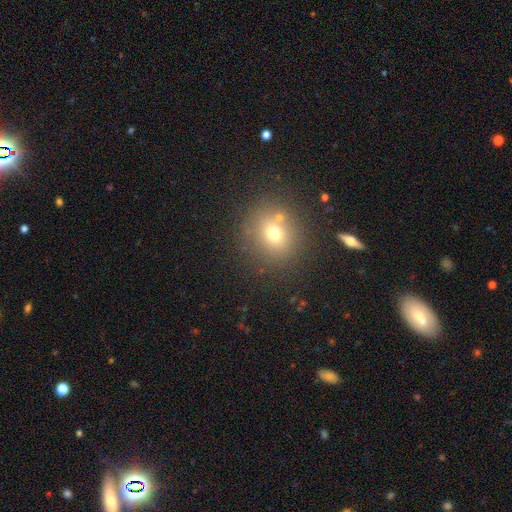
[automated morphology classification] A smooth galaxy with no disk features (57%) that is round (87%).

Vote fractions:
- Smooth or featured? smooth: 57% / star or artifact: 30% / featured or disk: 13%
- How rounded? round: 87% / in between: 11% / cigar-shaped: 1%
- Merging? none: 81% / minor disturbance: 8% / merger: 7% / major disturbance: 3%